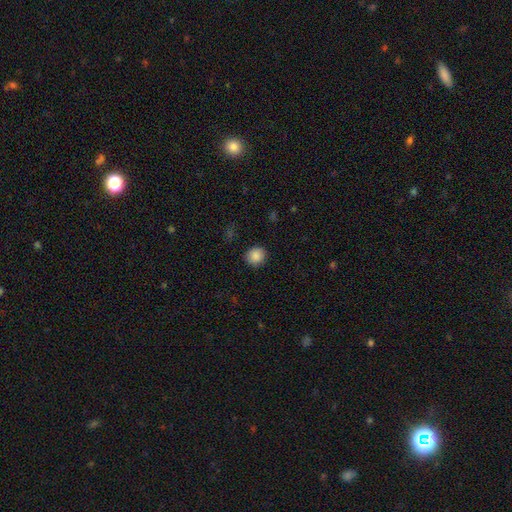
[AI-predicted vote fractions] A smooth galaxy with no disk features (88%) that is round (86%). Merging: none (89%).